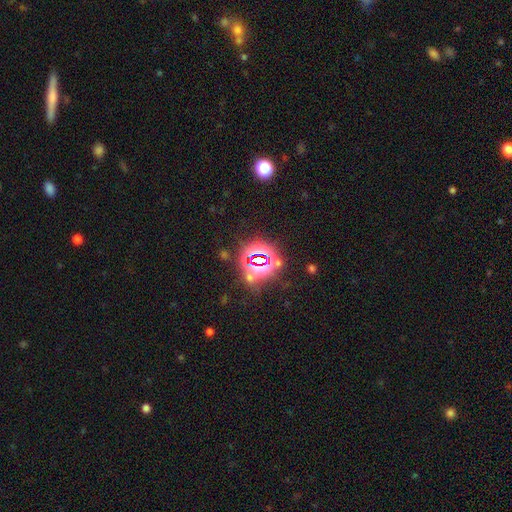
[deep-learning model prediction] The model was most divided on "smooth or featured": star or artifact: 78%, smooth: 13%, featured or disk: 8%.